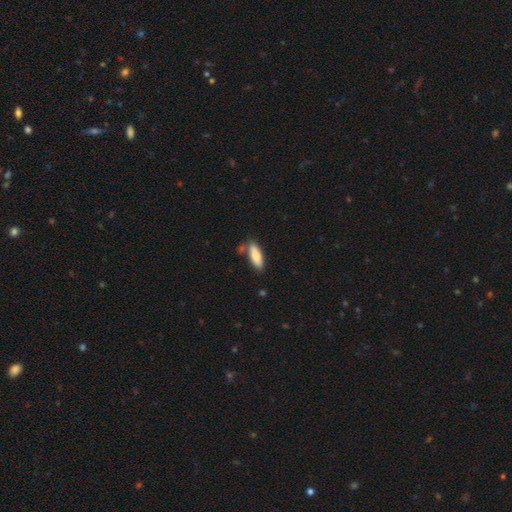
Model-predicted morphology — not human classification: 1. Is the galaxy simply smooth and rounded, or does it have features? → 79% smooth, 15% featured or disk, 6% star or artifact.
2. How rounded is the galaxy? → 64% in between, 35% cigar-shaped, 2% round.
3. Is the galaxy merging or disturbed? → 72% none, 15% minor disturbance, 10% merger, 3% major disturbance.